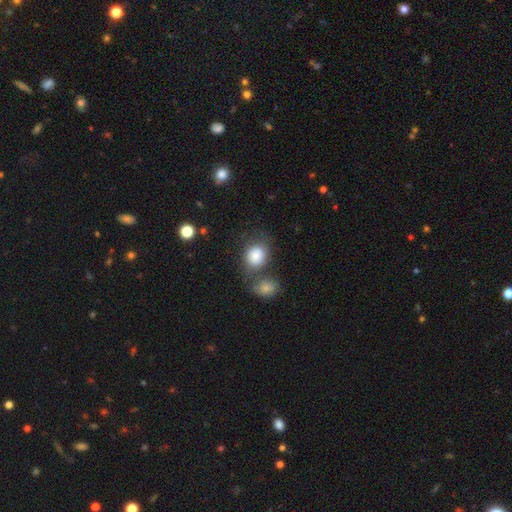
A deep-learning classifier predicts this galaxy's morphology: The model was most divided on "merging": none: 47%, merger: 31%, minor disturbance: 14%, major disturbance: 7%. More confident: smooth or featured — smooth (83%); how rounded — round (61%).